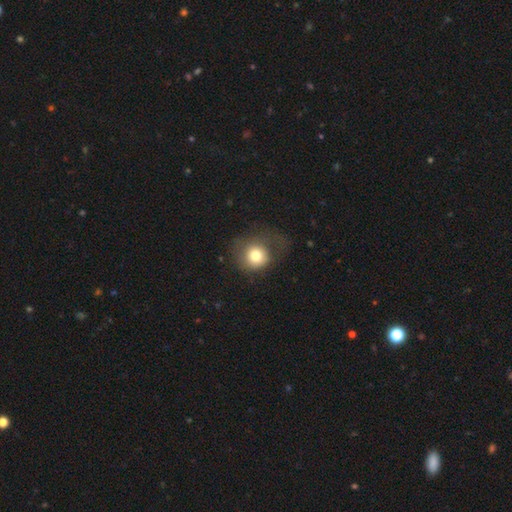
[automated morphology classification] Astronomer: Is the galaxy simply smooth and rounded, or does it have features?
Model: smooth — 76%.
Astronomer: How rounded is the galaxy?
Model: round — 82%.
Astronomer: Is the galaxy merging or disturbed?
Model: none — 45% (runner-up: major disturbance, 28%).